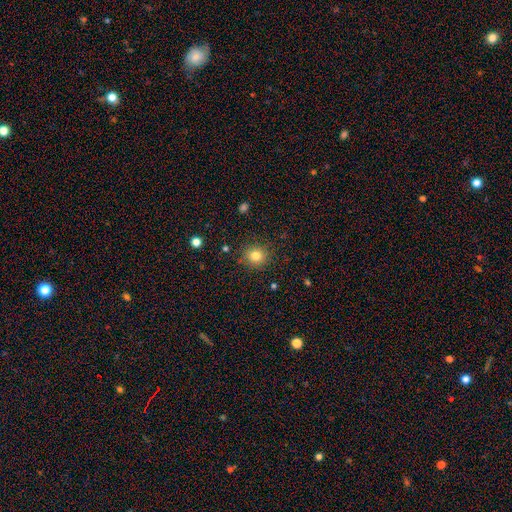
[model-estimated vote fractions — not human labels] This is clearly a smooth galaxy (81%). How rounded: clearly round (89%). Merging: clearly none (88%).